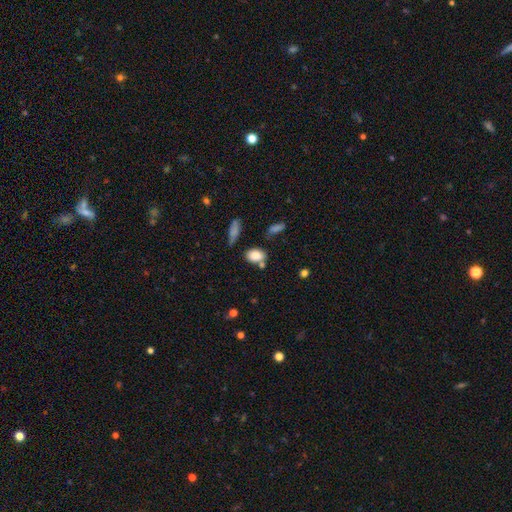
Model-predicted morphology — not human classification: Smooth or featured? Predicted: smooth (p=0.82). How rounded? Predicted: in between (p=0.75). Merging? Predicted: none (p=0.58).